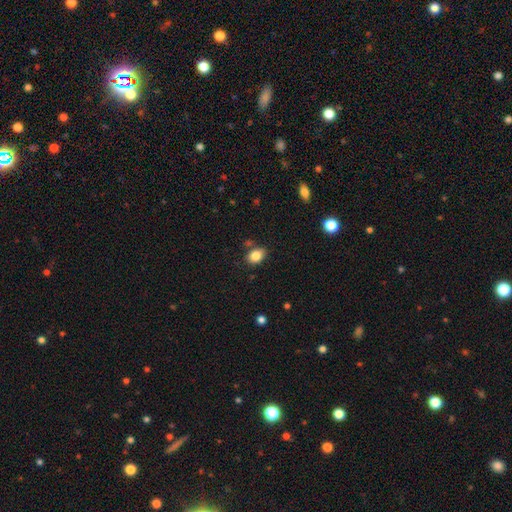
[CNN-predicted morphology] smooth-or-featured: smooth: 84% | star or artifact: 9% | featured or disk: 7%
  how-rounded: in between: 77% | round: 22% | cigar-shaped: 1%
  merging: none: 76% | minor disturbance: 15% | merger: 6% | major disturbance: 3%